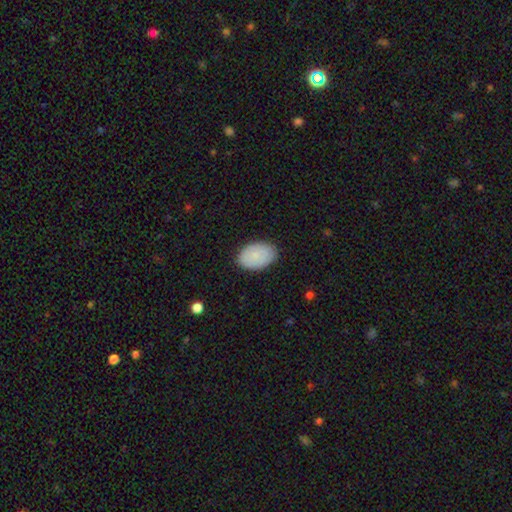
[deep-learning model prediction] A smooth galaxy with no disk features (82%) that is in between round and cigar-shaped (89%). Merging: none (85%).